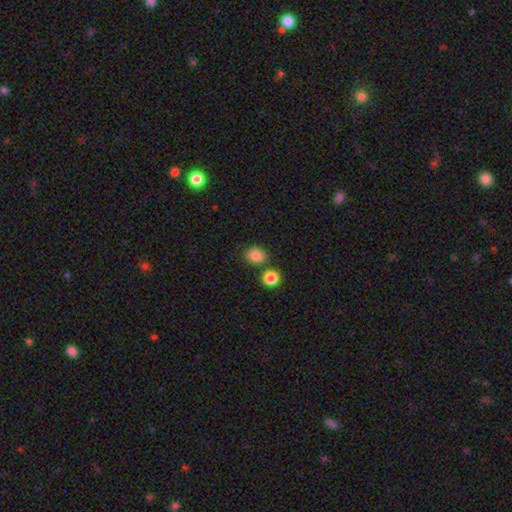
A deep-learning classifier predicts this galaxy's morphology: smooth_or_featured: smooth (p=0.84) [alt: star or artifact p=0.12]
how_rounded: round (p=0.74) [alt: in between p=0.26]
merging: none (p=0.77) [alt: merger p=0.10]